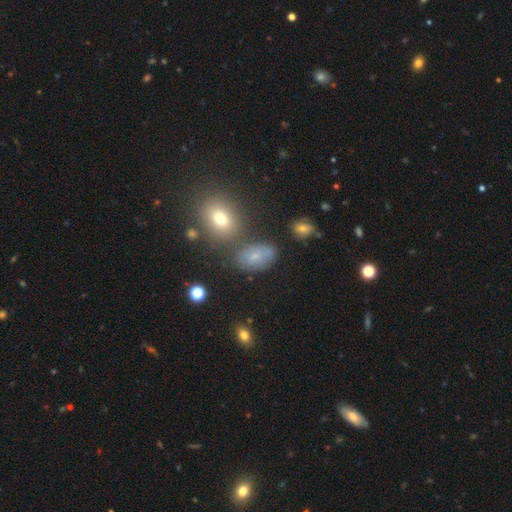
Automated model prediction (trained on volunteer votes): Smooth or featured: smooth — 57% (featured or disk — 25%)
How rounded: in between — 83% (round — 15%)
Merging: none — 62% (minor disturbance — 20%)